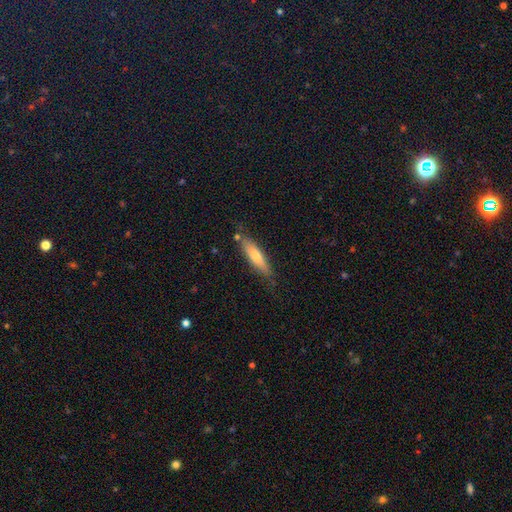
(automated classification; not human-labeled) The model was most divided on "smooth or featured": smooth: 68%, featured or disk: 26%, star or artifact: 6%. More confident: merging — none (75%); how rounded — cigar-shaped (73%).